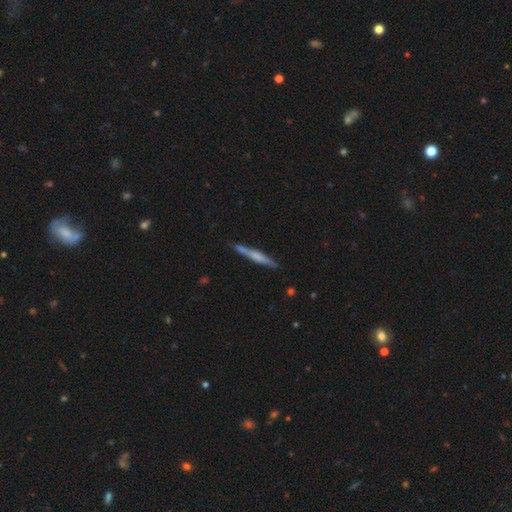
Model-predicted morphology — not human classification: A featured or disk galaxy (50%) viewed edge-on (96%). Merging: none (85%).